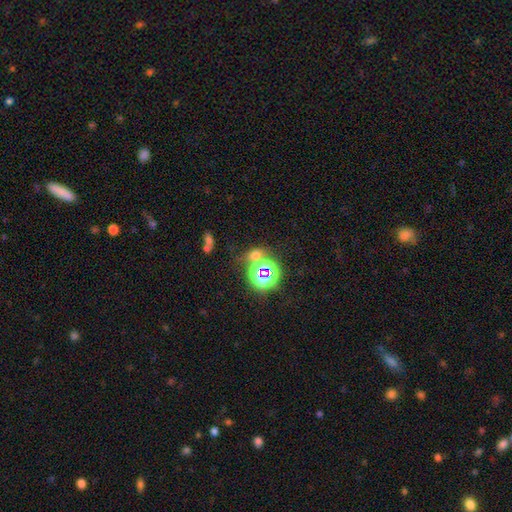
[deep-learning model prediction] Overall: star or artifact (48%; smooth 42%).